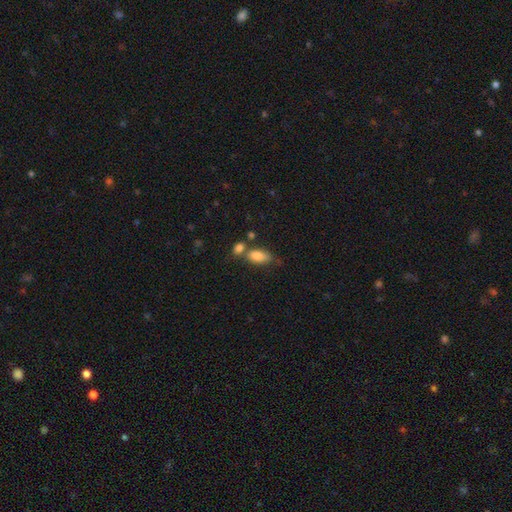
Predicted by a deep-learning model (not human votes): The model was most divided on "merging": none: 48%, merger: 32%, minor disturbance: 15%, major disturbance: 5%. More confident: how rounded — in between (88%); smooth or featured — smooth (82%).